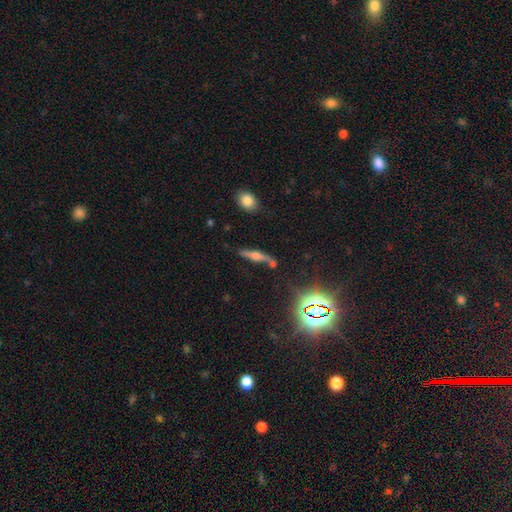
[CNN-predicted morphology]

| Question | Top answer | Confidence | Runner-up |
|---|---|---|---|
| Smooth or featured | featured or disk | 60% | smooth (27%) |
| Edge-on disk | yes | 89% | no (11%) |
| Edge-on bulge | rounded | 86% | boxy (10%) |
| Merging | none | 69% | minor disturbance (17%) |